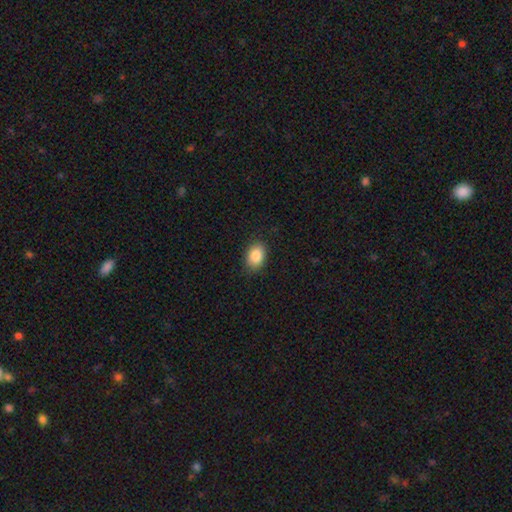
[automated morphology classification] Smooth or featured?
  - smooth: 86% *
  - star or artifact: 8%
  - featured or disk: 6%
How rounded?
  - in between: 76% *
  - round: 23%
  - cigar-shaped: 1%
Merging?
  - none: 86% *
  - minor disturbance: 10%
  - major disturbance: 2%
  - merger: 1%